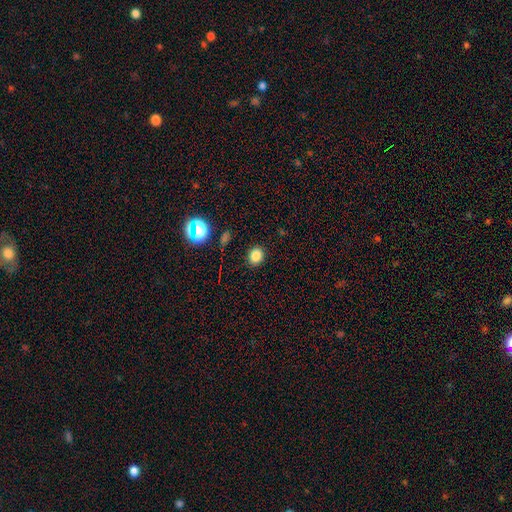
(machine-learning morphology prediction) smooth_or_featured: smooth (p=0.80) [alt: star or artifact p=0.15]
how_rounded: round (p=0.65) [alt: in between p=0.34]
merging: none (p=0.88) [alt: minor disturbance p=0.08]